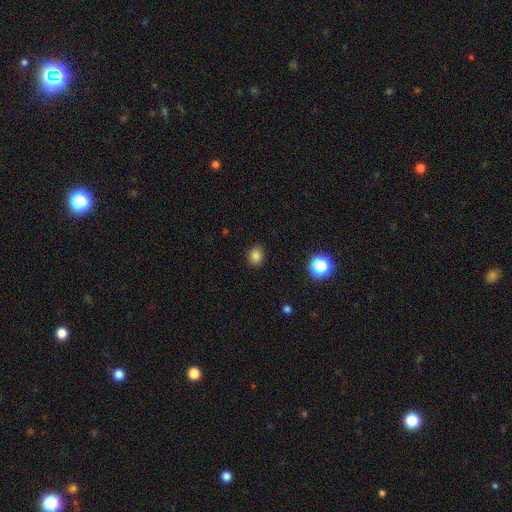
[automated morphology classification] The model was most divided on "how rounded": round: 70%, in between: 29%, cigar-shaped: 1%. More confident: merging — none (89%); smooth or featured — smooth (81%).